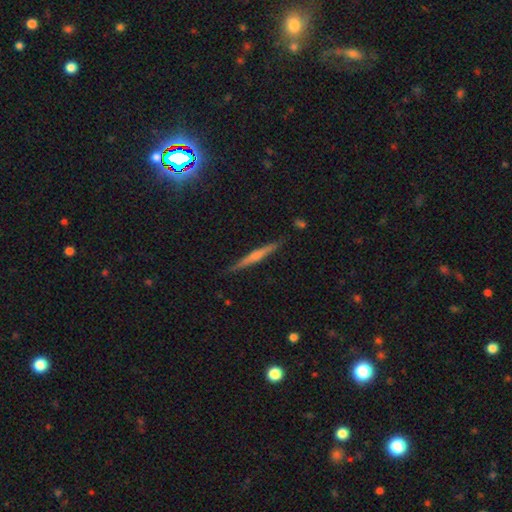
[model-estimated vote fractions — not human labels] Smooth or featured? featured or disk (59%)
Edge-on disk? yes (98%)
Edge-on bulge? rounded (62%)
Merging? none (89%)